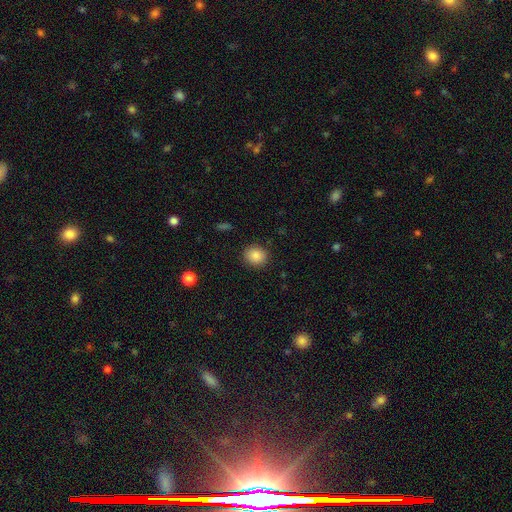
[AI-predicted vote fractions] A smooth galaxy with no disk features (86%) that is round (76%). Merging: none (89%).